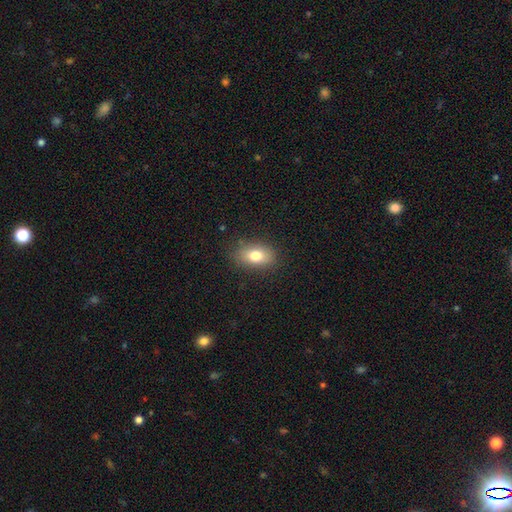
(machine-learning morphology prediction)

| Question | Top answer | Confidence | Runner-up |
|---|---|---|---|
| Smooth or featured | smooth | 78% | featured or disk (13%) |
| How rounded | in between | 84% | round (14%) |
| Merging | none | 84% | minor disturbance (12%) |